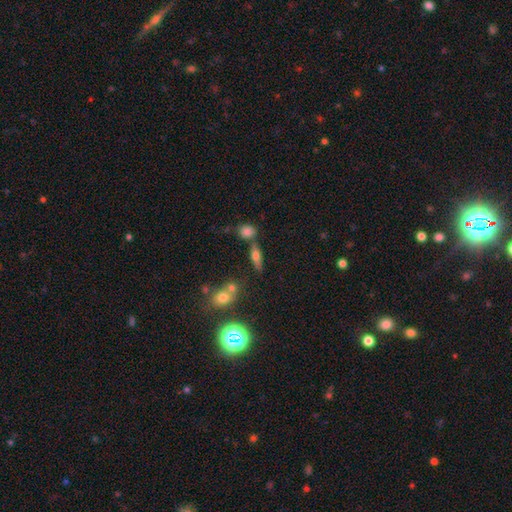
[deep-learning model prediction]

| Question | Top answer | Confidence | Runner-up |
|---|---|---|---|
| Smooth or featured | smooth | 47% | featured or disk (37%) |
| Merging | none | 65% | merger (18%) |